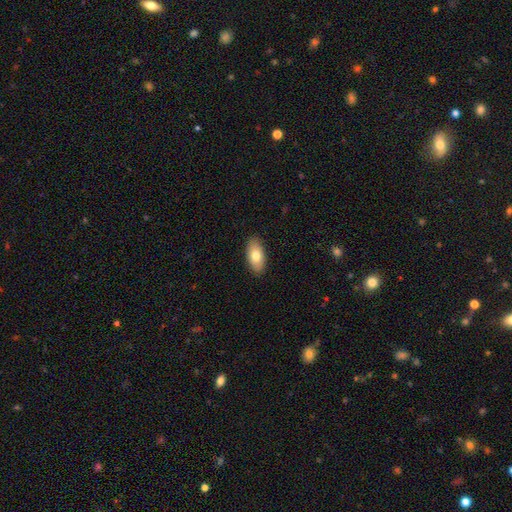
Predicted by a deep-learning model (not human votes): This is likely a smooth galaxy (76%). How rounded: clearly in between (92%). Merging: clearly none (89%).